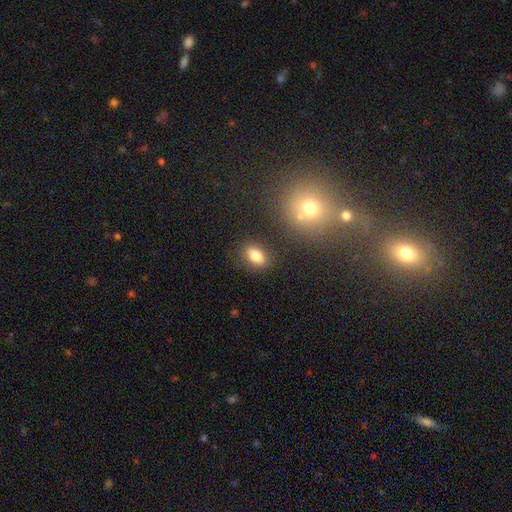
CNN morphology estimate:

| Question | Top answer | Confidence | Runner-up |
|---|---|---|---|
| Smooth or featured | smooth | 81% | star or artifact (10%) |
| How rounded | in between | 85% | round (11%) |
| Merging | none | 84% | minor disturbance (10%) |